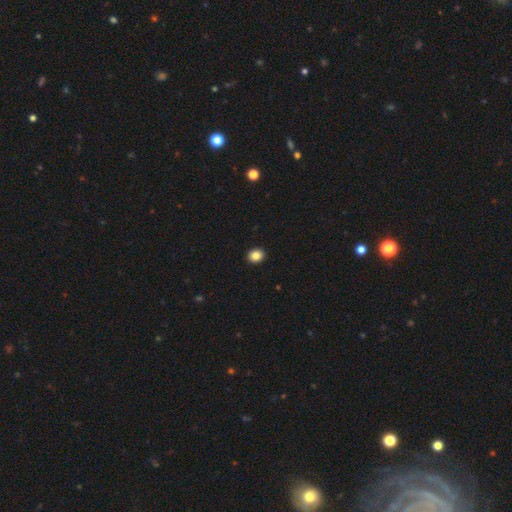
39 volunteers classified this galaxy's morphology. Smooth or featured? 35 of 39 (90%) said smooth. How rounded? 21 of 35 (60%) said round. Merging? 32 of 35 (91%) said none.